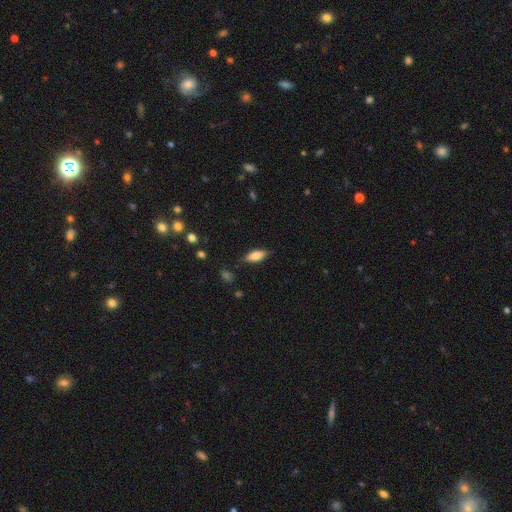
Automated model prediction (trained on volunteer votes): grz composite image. It shows a smooth galaxy with no disk features (78%) that is in between round and cigar-shaped (76%). Merging: none (79%).